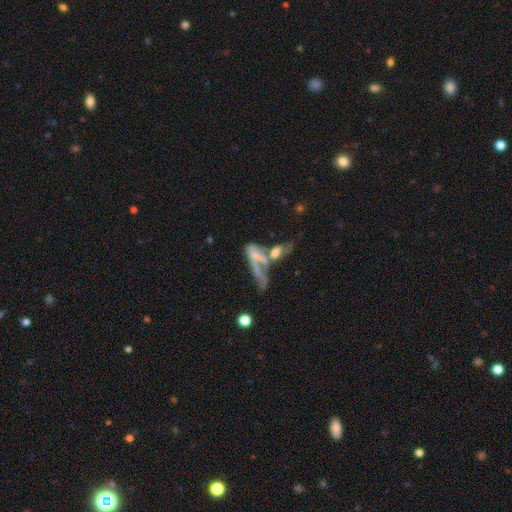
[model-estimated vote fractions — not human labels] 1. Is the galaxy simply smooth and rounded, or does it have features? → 49% featured or disk, 41% smooth, 10% star or artifact.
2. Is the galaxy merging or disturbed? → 62% merger, 20% major disturbance, 11% none, 8% minor disturbance.